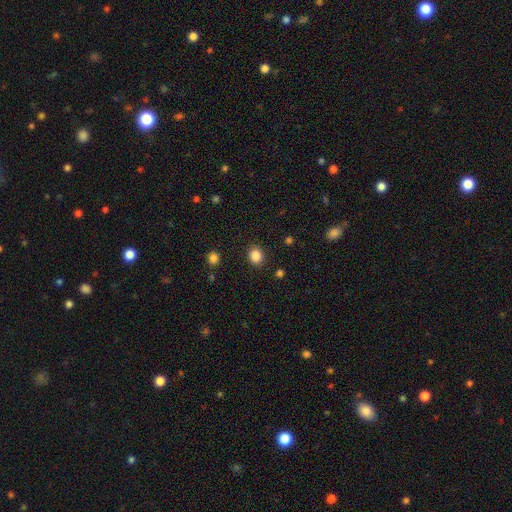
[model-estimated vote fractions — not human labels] The model was most divided on "how rounded": round: 72%, in between: 27%, cigar-shaped: 1%. More confident: merging — none (89%); smooth or featured — smooth (85%).